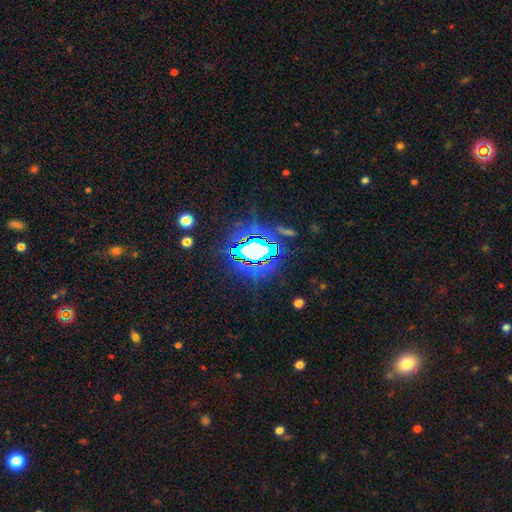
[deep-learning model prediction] Morphology: type=star or artifact (71%).